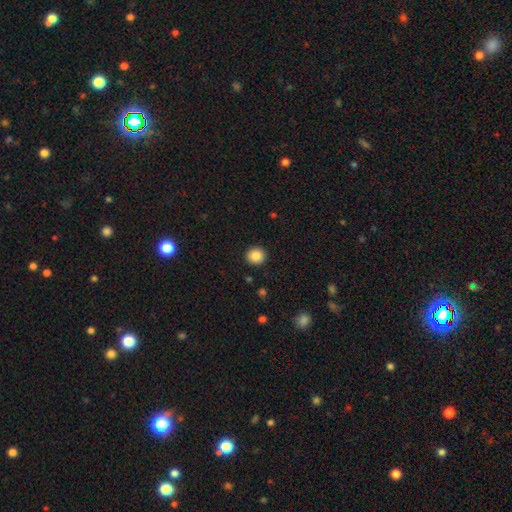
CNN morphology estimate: This appears to be a smooth galaxy with no disk features (86%) that is round (93%). Merging: none (92%).